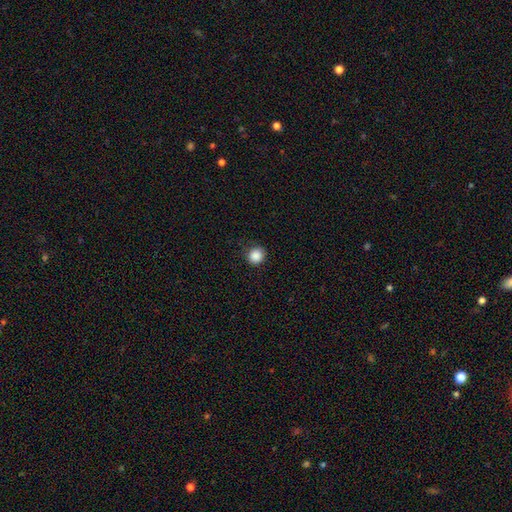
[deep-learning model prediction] A smooth galaxy with no disk features (88%) that is round (93%).

Vote fractions:
- Smooth or featured? smooth: 88% / star or artifact: 10% / featured or disk: 3%
- How rounded? round: 93% / in between: 6% / cigar-shaped: 1%
- Merging? none: 87% / minor disturbance: 10% / major disturbance: 3% / merger: 1%